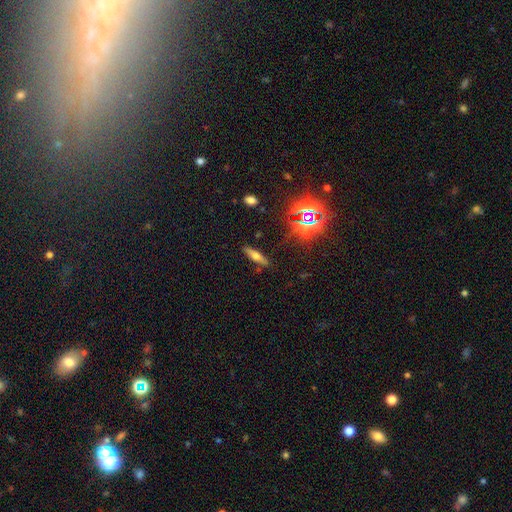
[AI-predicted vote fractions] This appears to be a smooth galaxy with no disk features (44%). Merging: none (86%).